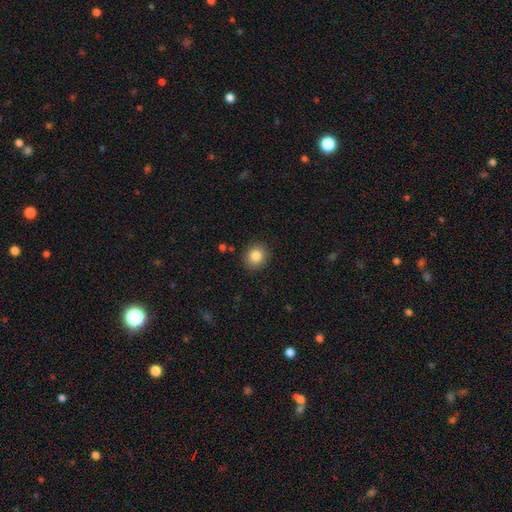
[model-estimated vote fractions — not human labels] smooth-or-featured: smooth: 85% | star or artifact: 10% | featured or disk: 6%
  how-rounded: round: 83% | in between: 16% | cigar-shaped: 1%
  merging: none: 89% | minor disturbance: 8% | major disturbance: 2% | merger: 1%